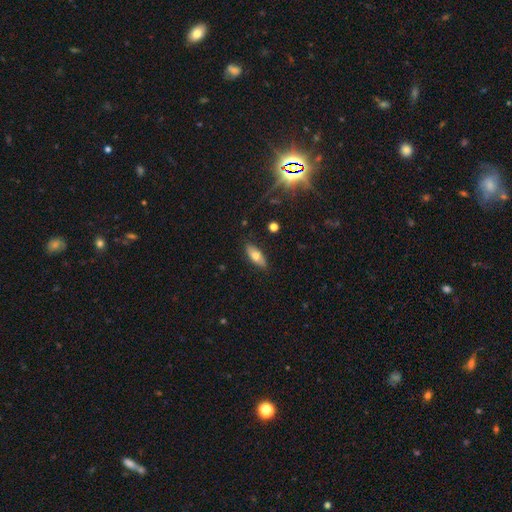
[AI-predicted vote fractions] The model was most divided on "smooth or featured": smooth: 68%, featured or disk: 24%, star or artifact: 8%. More confident: merging — none (86%); how rounded — in between (75%).